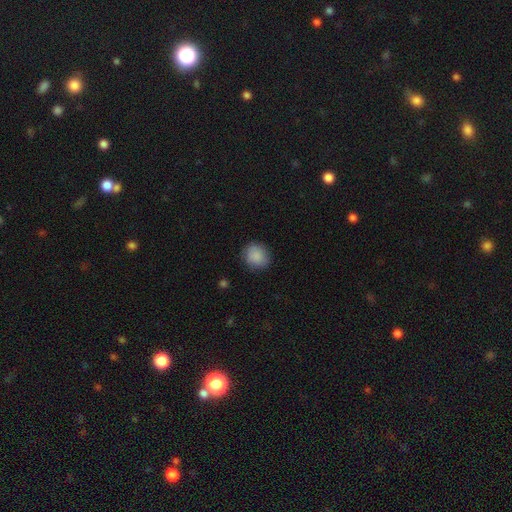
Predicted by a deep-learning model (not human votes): Q: Smooth or featured?
A: smooth (88%); runner-up: star or artifact (8%)
Q: How rounded?
A: round (76%); runner-up: in between (23%)
Q: Merging?
A: none (84%); runner-up: minor disturbance (12%)